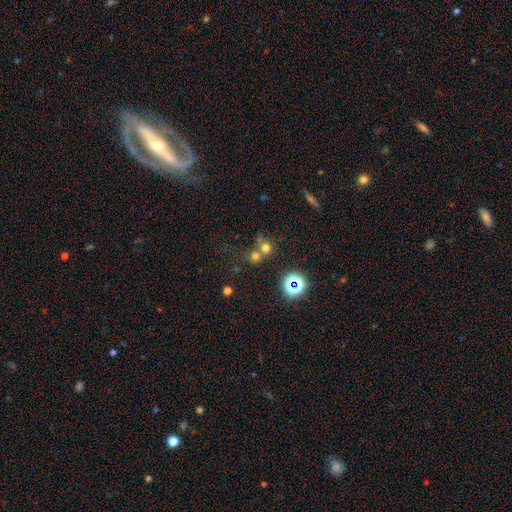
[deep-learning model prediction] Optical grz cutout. It shows a star or artifact, not a galaxy (42%).